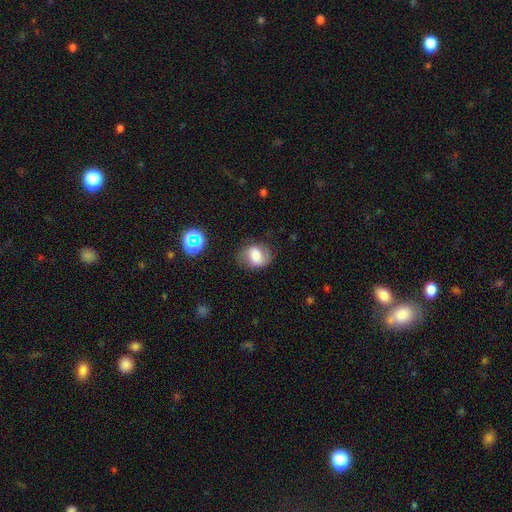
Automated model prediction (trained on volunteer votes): Smooth or featured? smooth (64%)
How rounded? in between (50%)
Merging? none (71%)